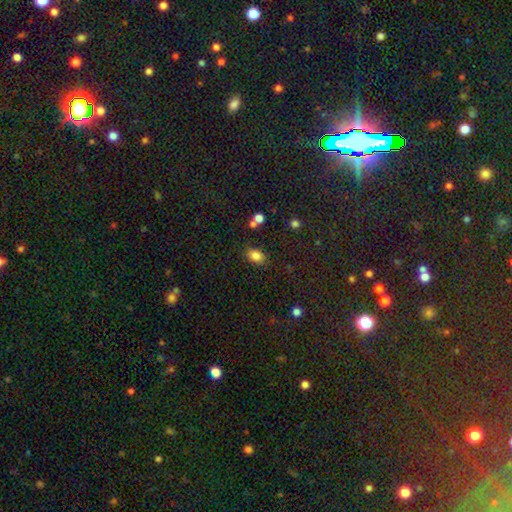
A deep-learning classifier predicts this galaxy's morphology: The model was most divided on "how rounded": in between: 80%, round: 19%, cigar-shaped: 1%. More confident: smooth or featured — smooth (84%); merging — none (81%).